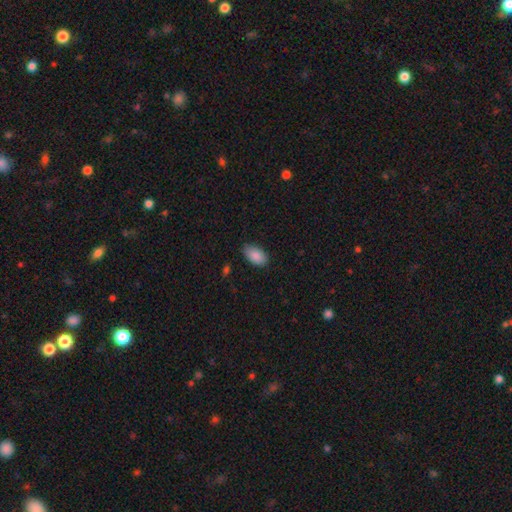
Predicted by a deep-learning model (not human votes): This appears to be a smooth galaxy with no disk features (89%) that is in between round and cigar-shaped (94%). Merging: none (82%).